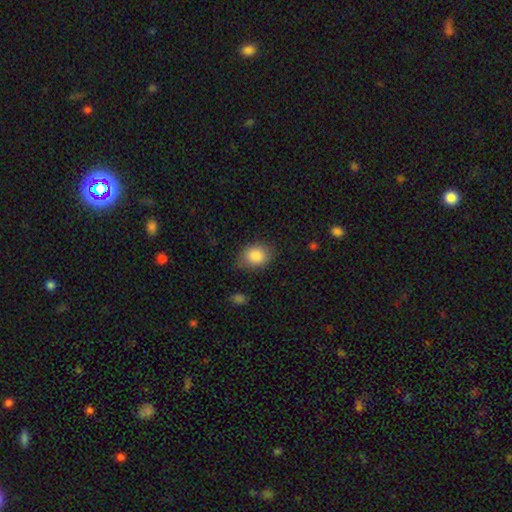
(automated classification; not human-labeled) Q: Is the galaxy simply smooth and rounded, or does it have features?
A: smooth — 86%.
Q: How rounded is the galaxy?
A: in between — 57%.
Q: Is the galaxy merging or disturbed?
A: none — 71%.